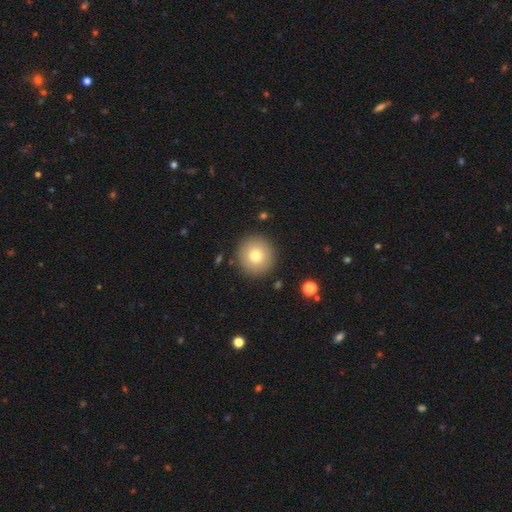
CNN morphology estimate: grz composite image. It shows a smooth galaxy with no disk features (77%) that is round (94%). Merging: none (90%).